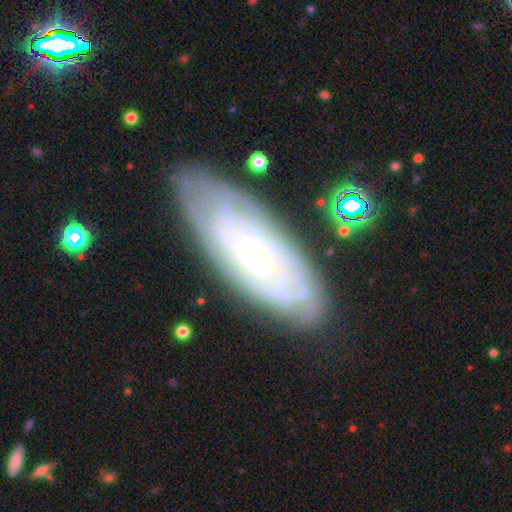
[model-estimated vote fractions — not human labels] Smooth or featured? featured or disk (70%)
Edge-on disk? no (86%)
Bar? no (77%)
Spiral arms? yes (84%)
Spiral winding? tight (79%)
Spiral arm count? can't tell (65%)
Bulge size? small (85%)
Merging? none (78%)